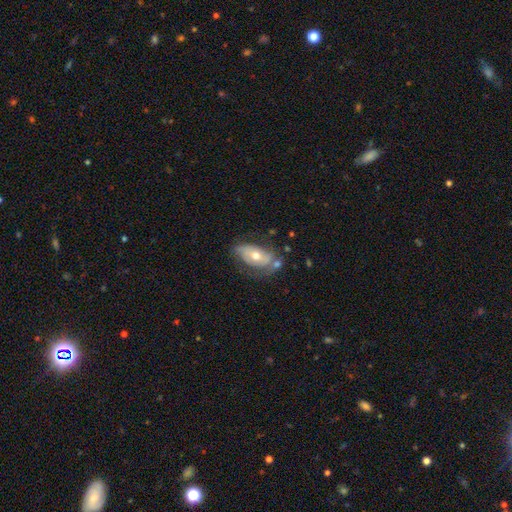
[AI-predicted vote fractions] A featured or disk galaxy (52%). Merging: none (47%).